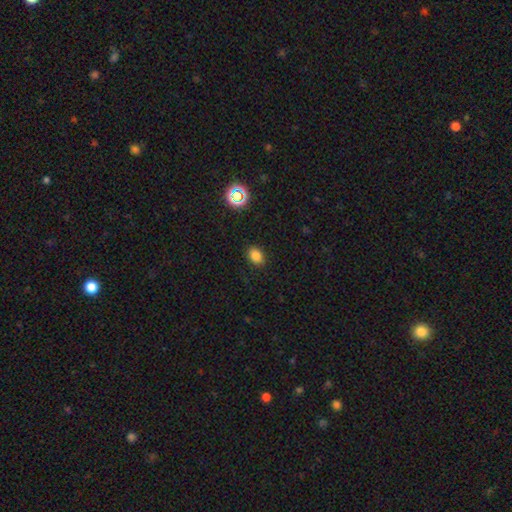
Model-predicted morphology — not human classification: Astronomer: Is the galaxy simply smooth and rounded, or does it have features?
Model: smooth — 81%.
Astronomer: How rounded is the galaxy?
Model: in between — 73%.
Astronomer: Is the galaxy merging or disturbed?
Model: none — 88%.